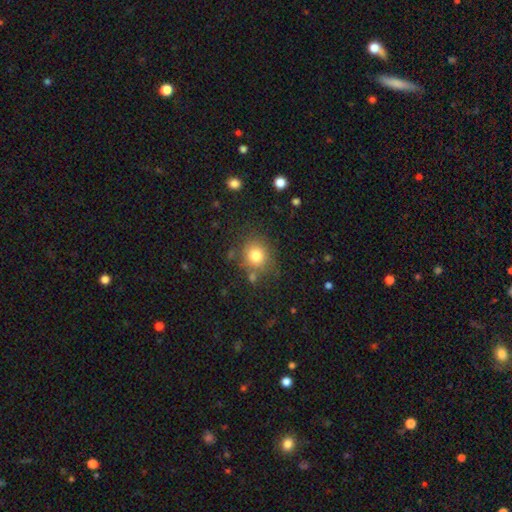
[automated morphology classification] A smooth galaxy with no disk features (80%) that is round (83%). Merging: none (76%).